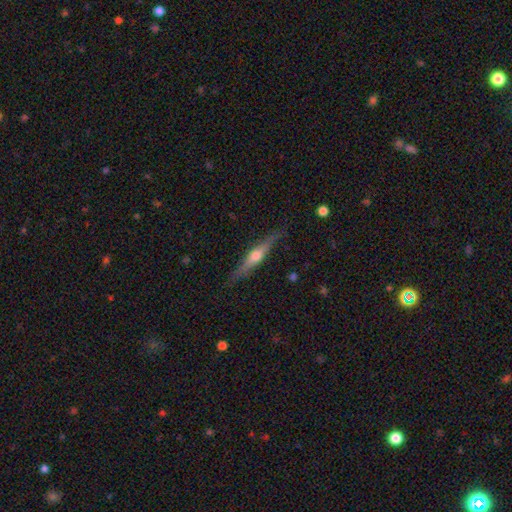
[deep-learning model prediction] Smooth or featured? Predicted: featured or disk (p=0.68). Edge-on disk? Predicted: yes (p=0.97). Edge-on bulge? Predicted: rounded (p=0.89). Merging? Predicted: none (p=0.85).